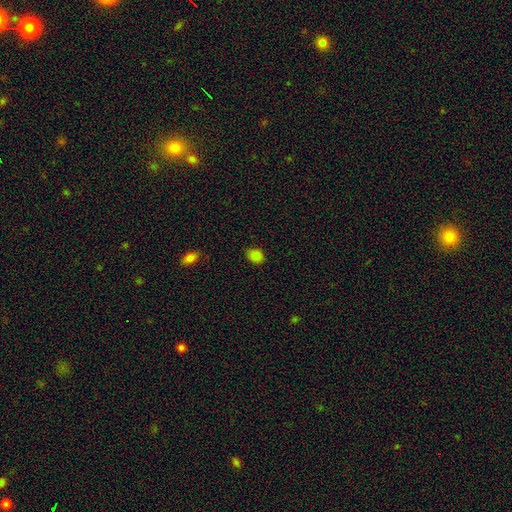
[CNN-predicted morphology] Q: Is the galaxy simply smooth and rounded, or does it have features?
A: smooth — 83%.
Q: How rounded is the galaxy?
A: in between — 61%.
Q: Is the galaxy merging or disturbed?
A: none — 83%.